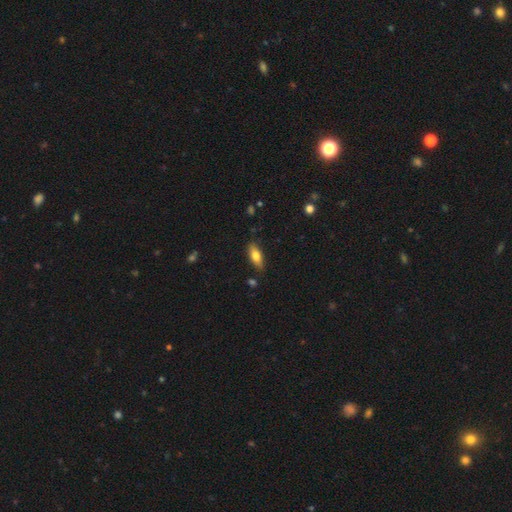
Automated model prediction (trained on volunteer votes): A smooth galaxy with no disk features (75%) that is in between round and cigar-shaped (74%).

Vote fractions:
- Smooth or featured? smooth: 75% / featured or disk: 18% / star or artifact: 7%
- How rounded? in between: 74% / cigar-shaped: 23% / round: 3%
- Merging? none: 82% / minor disturbance: 14% / major disturbance: 3% / merger: 2%